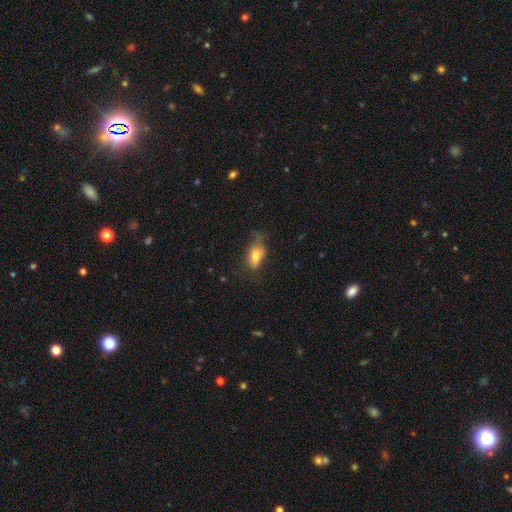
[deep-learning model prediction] A smooth galaxy with no disk features (72%) that is in between round and cigar-shaped (85%).

Vote fractions:
- Smooth or featured? smooth: 72% / featured or disk: 18% / star or artifact: 9%
- How rounded? in between: 85% / cigar-shaped: 9% / round: 7%
- Merging? none: 36% / minor disturbance: 33% / major disturbance: 28% / merger: 3%